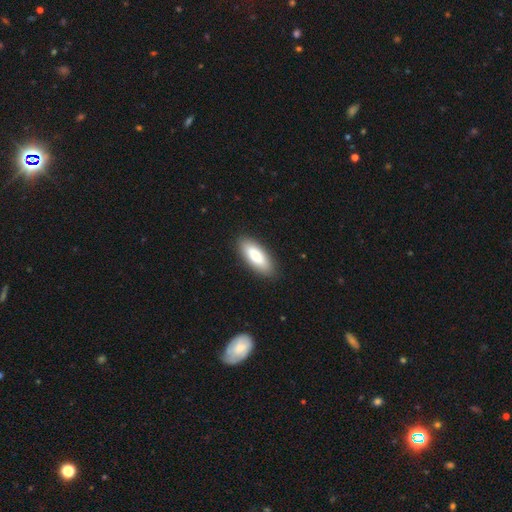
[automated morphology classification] Smooth or featured? smooth (72%)
How rounded? in between (80%)
Merging? none (88%)